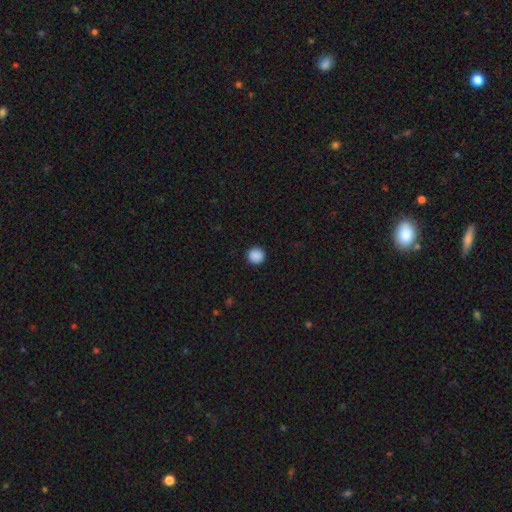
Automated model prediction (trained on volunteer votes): A smooth galaxy with no disk features (89%) that is round (95%). Merging: none (93%).